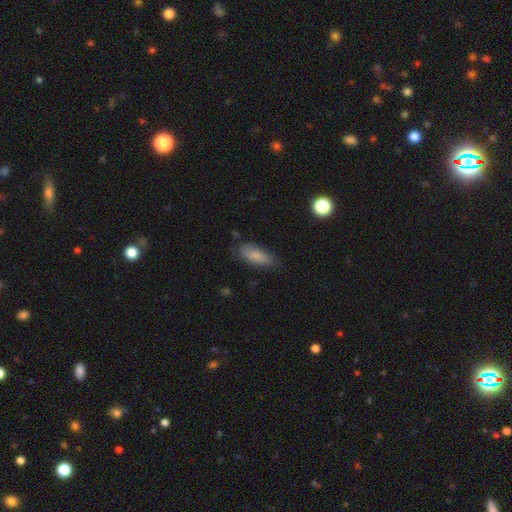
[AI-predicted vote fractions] Q: Smooth or featured?
A: smooth (81%); runner-up: featured or disk (12%)
Q: How rounded?
A: in between (74%); runner-up: cigar-shaped (24%)
Q: Merging?
A: none (73%); runner-up: minor disturbance (20%)